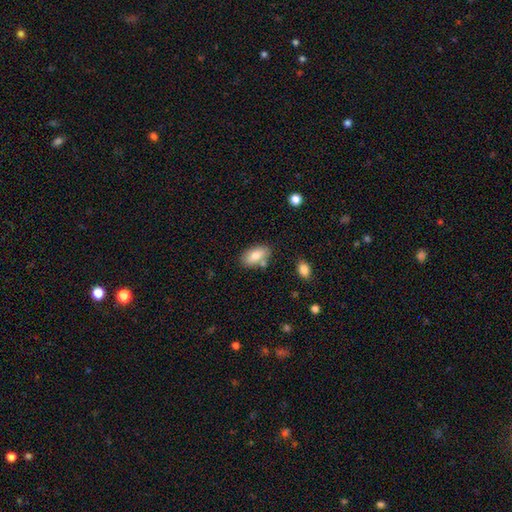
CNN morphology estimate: A smooth galaxy with no disk features (78%) that is in between round and cigar-shaped (92%). Merging: none (71%).